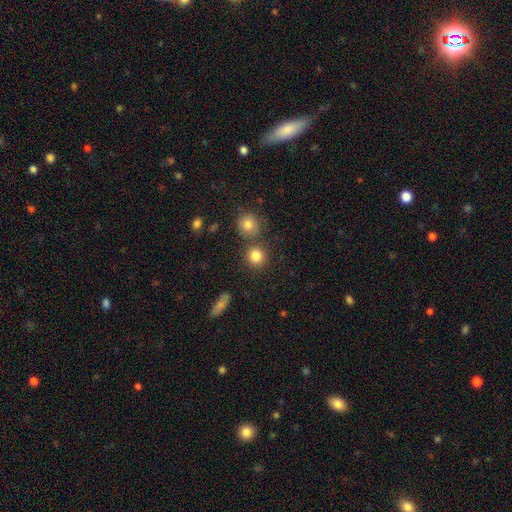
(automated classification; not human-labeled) smooth-or-featured: smooth: 83% | star or artifact: 11% | featured or disk: 6%
  how-rounded: round: 89% | in between: 10% | cigar-shaped: 1%
  merging: none: 76% | merger: 14% | minor disturbance: 8% | major disturbance: 3%